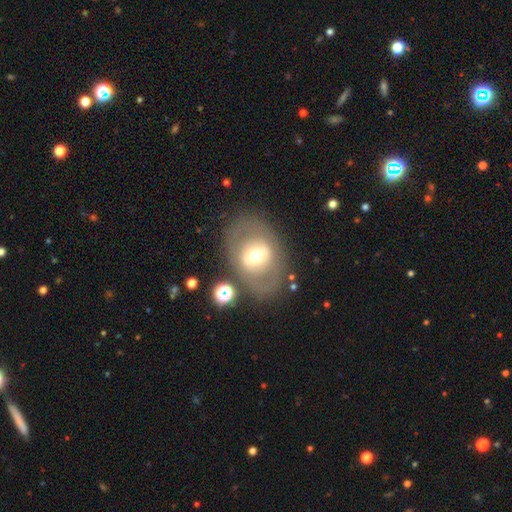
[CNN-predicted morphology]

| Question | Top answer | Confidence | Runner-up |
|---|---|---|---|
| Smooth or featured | featured or disk | 52% | smooth (39%) |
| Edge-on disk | no | 92% | yes (8%) |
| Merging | none | 74% | minor disturbance (12%) |